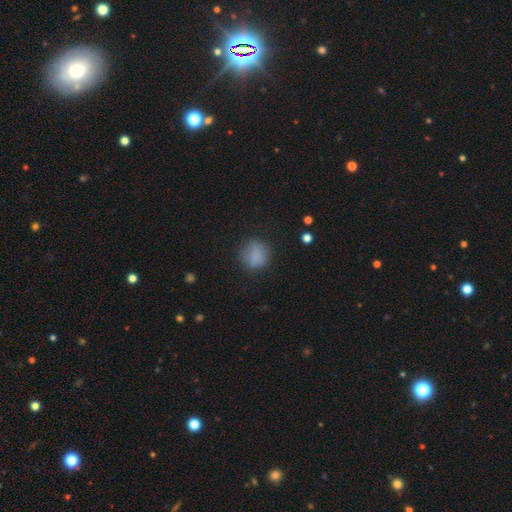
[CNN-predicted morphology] smooth 80%, star or artifact 10%, featured or disk 10%. Down the decision tree: how rounded — round (80%); merging — none (72%).